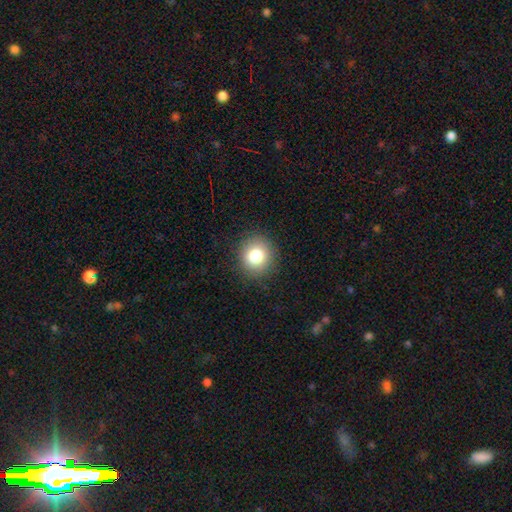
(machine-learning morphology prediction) smooth_or_featured: smooth (p=0.80) [alt: star or artifact p=0.11]
how_rounded: round (p=0.87) [alt: in between p=0.12]
merging: none (p=0.89) [alt: minor disturbance p=0.08]